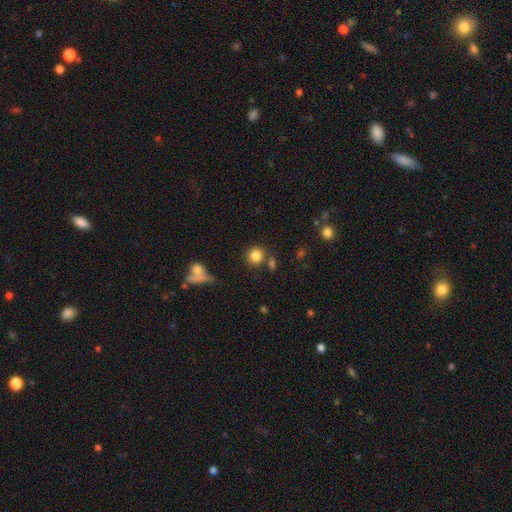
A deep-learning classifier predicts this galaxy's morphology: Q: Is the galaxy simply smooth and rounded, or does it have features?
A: smooth — 84%.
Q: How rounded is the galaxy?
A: round — 88%.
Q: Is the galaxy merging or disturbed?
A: none — 74%.